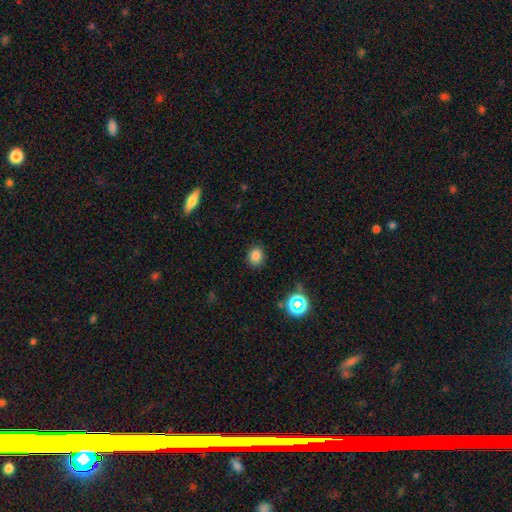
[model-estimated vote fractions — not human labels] A smooth galaxy with no disk features (81%) that is round (66%). Merging: none (87%).